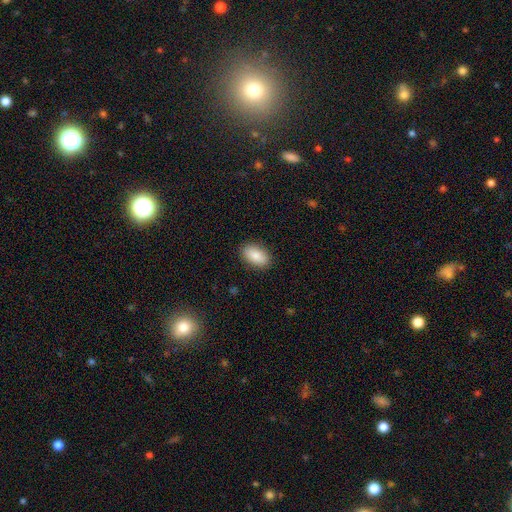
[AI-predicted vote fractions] smooth_or_featured: smooth (p=0.87) [alt: featured or disk p=0.07]
how_rounded: in between (p=0.93) [alt: round p=0.05]
merging: none (p=0.89) [alt: minor disturbance p=0.08]